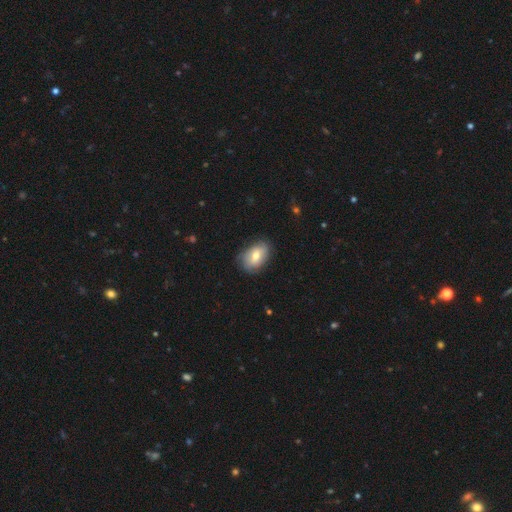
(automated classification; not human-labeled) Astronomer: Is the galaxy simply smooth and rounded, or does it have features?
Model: smooth — 62%.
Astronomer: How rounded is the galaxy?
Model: in between — 86%.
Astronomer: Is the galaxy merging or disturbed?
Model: none — 73%.